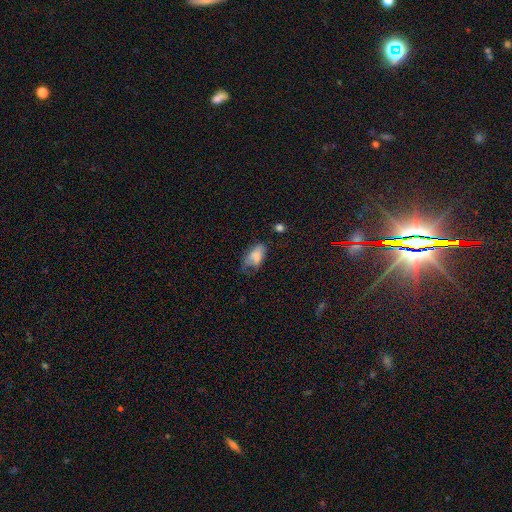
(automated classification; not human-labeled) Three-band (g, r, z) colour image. It shows a smooth galaxy with no disk features (75%) that is in between round and cigar-shaped (92%). Merging: minor disturbance (36%).